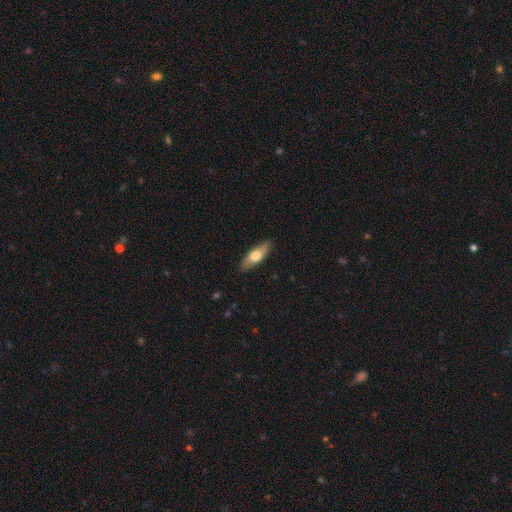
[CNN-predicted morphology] smooth 67%, featured or disk 28%, star or artifact 5%. Down the decision tree: how rounded — in between (61%); merging — none (88%).